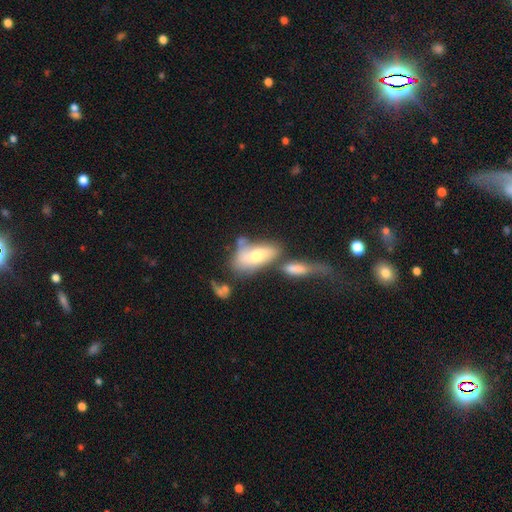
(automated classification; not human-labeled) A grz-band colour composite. It shows a smooth galaxy with no disk features (58%) that is in between round and cigar-shaped (86%). Merging: merger (43%).